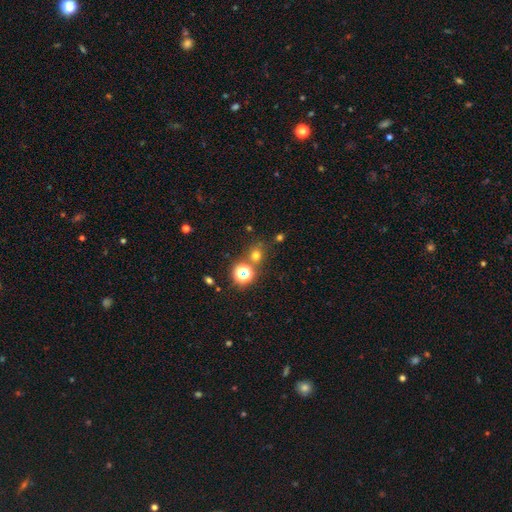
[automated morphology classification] smooth 63%, star or artifact 29%, featured or disk 7%. Down the decision tree: how rounded — round (80%); merging — none (74%).